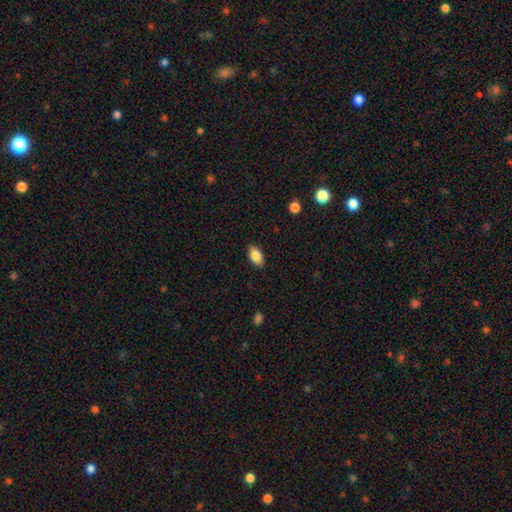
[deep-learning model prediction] smooth-or-featured: smooth: 85% | featured or disk: 7% | star or artifact: 7%
  how-rounded: in between: 91% | round: 5% | cigar-shaped: 3%
  merging: none: 88% | minor disturbance: 9% | major disturbance: 2% | merger: 1%